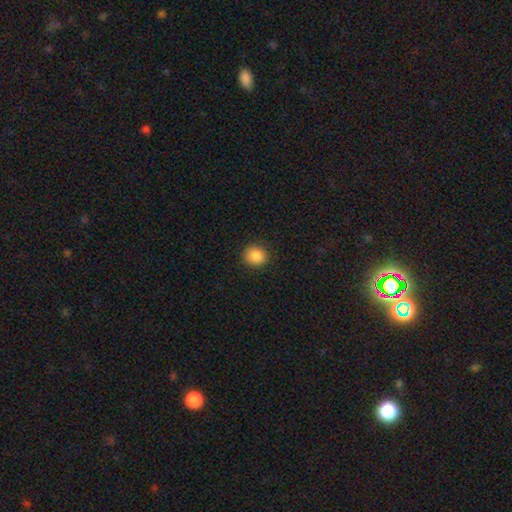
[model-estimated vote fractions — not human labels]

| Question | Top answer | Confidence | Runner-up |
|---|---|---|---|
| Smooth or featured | smooth | 87% | star or artifact (9%) |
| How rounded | round | 82% | in between (17%) |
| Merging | none | 88% | minor disturbance (8%) |